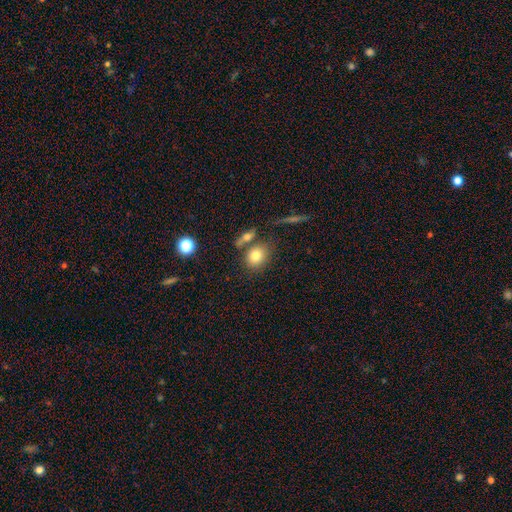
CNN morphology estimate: smooth 77%, featured or disk 12%, star or artifact 10%. Down the decision tree: how rounded — round (52%); merging — none (65%).